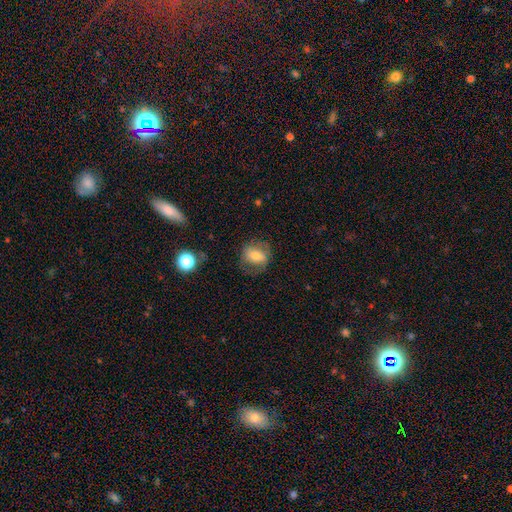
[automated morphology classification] Smooth or featured? smooth (57%)
How rounded? round (51%)
Merging? none (68%)